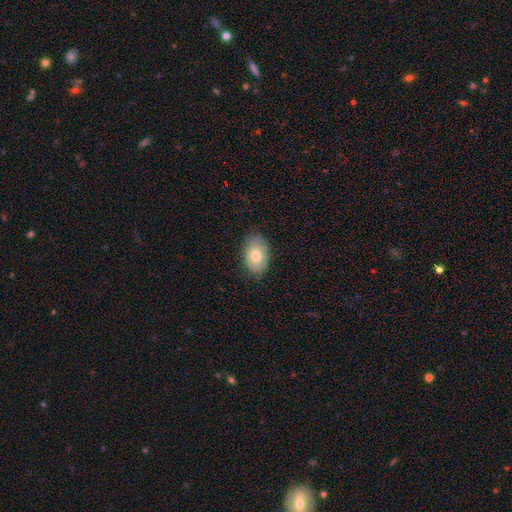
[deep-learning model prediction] smooth_or_featured: smooth (p=0.72) [alt: featured or disk p=0.21]
how_rounded: in between (p=0.88) [alt: round p=0.10]
merging: none (p=0.77) [alt: minor disturbance p=0.18]